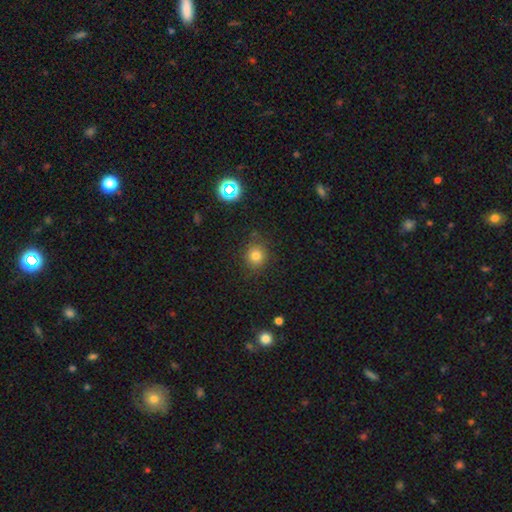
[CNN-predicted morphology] A smooth galaxy with no disk features (78%) that is round (86%).

Vote fractions:
- Smooth or featured? smooth: 78% / star or artifact: 15% / featured or disk: 7%
- How rounded? round: 86% / in between: 13% / cigar-shaped: 1%
- Merging? none: 84% / minor disturbance: 11% / major disturbance: 3% / merger: 2%